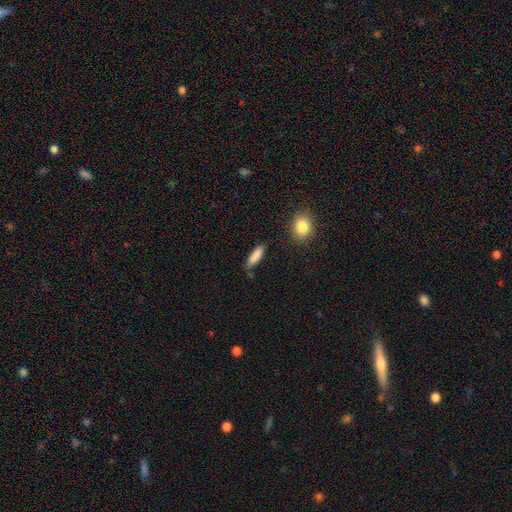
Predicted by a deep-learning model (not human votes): This appears to be a smooth galaxy with no disk features (87%) that is cigar-shaped (51%). Merging: none (76%).